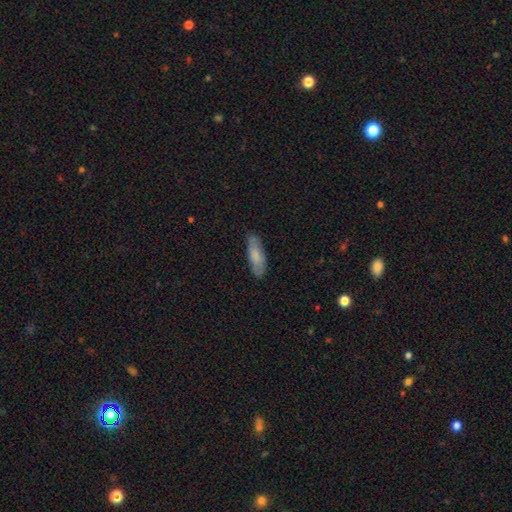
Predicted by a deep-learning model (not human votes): smooth-or-featured: smooth: 77% | featured or disk: 17% | star or artifact: 6%
  how-rounded: in between: 52% | cigar-shaped: 46% | round: 2%
  merging: none: 81% | minor disturbance: 15% | major disturbance: 3% | merger: 1%